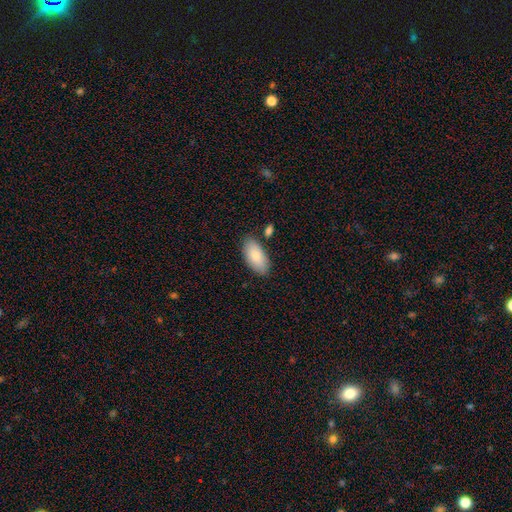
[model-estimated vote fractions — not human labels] smooth-or-featured: smooth: 83% | featured or disk: 11% | star or artifact: 6%
  how-rounded: in between: 94% | cigar-shaped: 4% | round: 2%
  merging: none: 80% | minor disturbance: 12% | merger: 5% | major disturbance: 3%